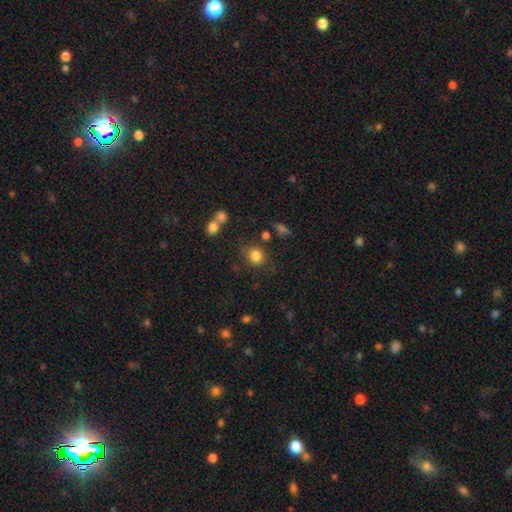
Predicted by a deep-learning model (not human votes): This is clearly a smooth galaxy (83%). How rounded: clearly round (87%). Merging: likely none (77%).